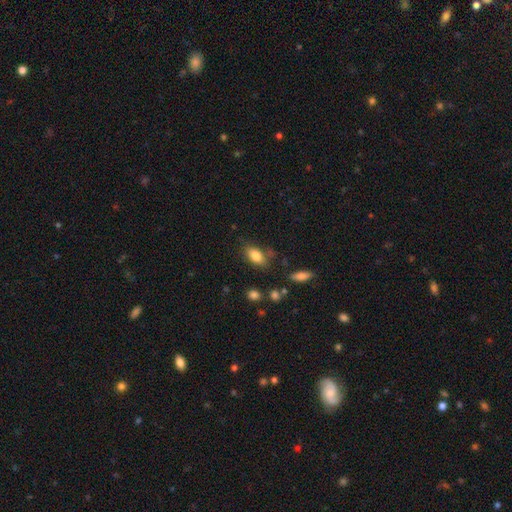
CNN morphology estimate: A smooth galaxy with no disk features (82%) that is in between round and cigar-shaped (88%).

Vote fractions:
- Smooth or featured? smooth: 82% / featured or disk: 9% / star or artifact: 8%
- How rounded? in between: 88% / round: 6% / cigar-shaped: 5%
- Merging? none: 74% / minor disturbance: 17% / merger: 5% / major disturbance: 5%